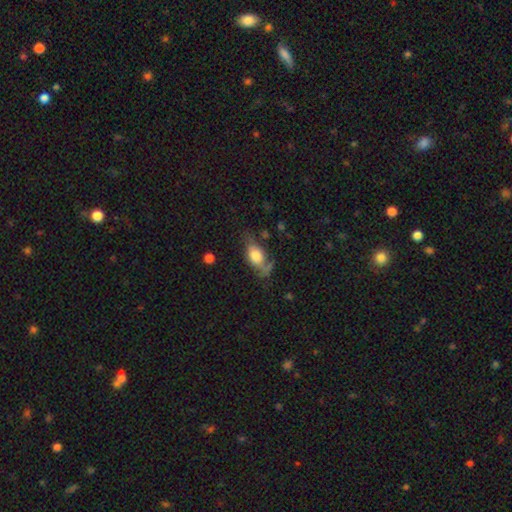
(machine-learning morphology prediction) Overall: smooth (63%; featured or disk 28%). How rounded: in between (79%). Merging: none (50%; minor disturbance 28%).